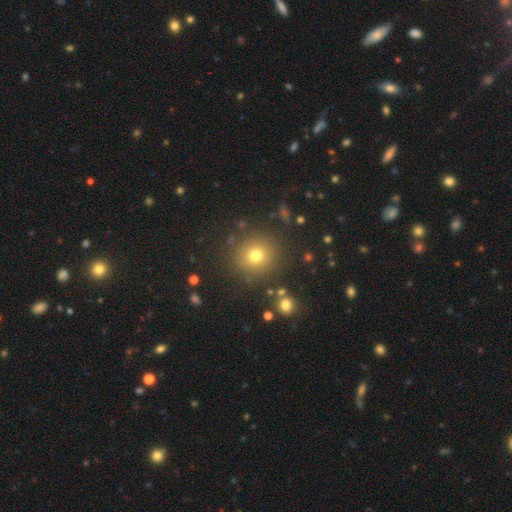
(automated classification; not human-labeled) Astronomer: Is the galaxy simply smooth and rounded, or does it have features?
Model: smooth — 74%.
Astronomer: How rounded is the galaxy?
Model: round — 91%.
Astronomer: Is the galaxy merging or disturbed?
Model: none — 87%.